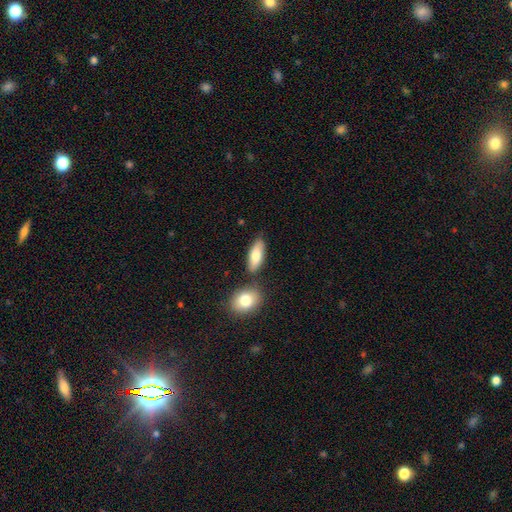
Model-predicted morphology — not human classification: smooth_or_featured: smooth (p=0.77) [alt: featured or disk p=0.16]
how_rounded: in between (p=0.78) [alt: cigar-shaped p=0.19]
merging: none (p=0.71) [alt: merger p=0.13]